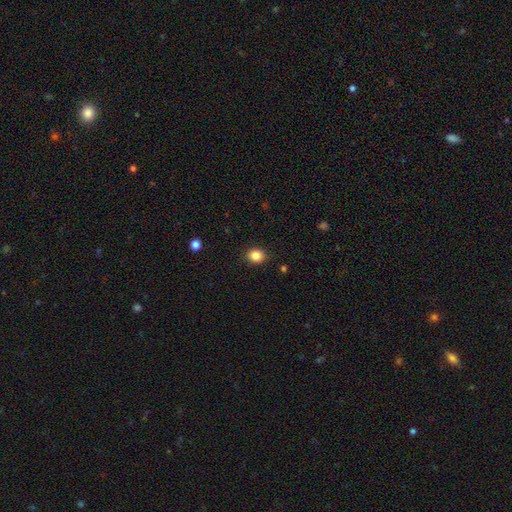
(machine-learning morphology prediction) Smooth or featured? smooth (86%)
How rounded? round (68%)
Merging? none (88%)